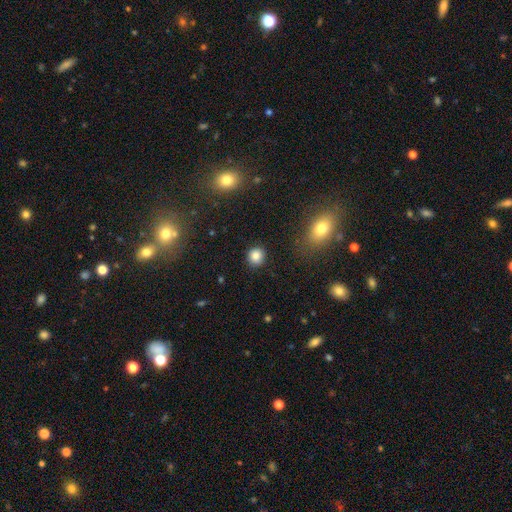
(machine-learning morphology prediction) Smooth or featured: smooth — 85% (star or artifact — 11%)
How rounded: round — 89% (in between — 10%)
Merging: none — 90% (minor disturbance — 6%)